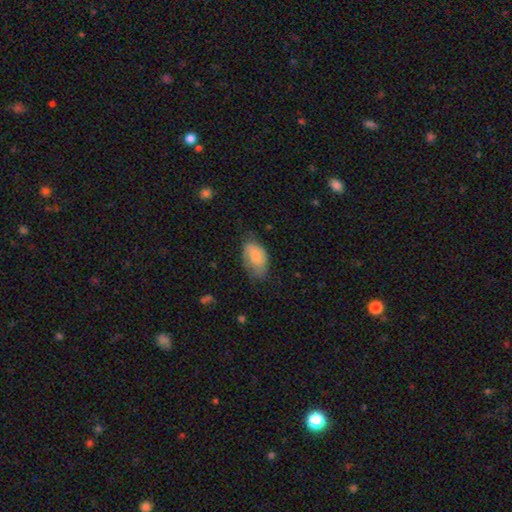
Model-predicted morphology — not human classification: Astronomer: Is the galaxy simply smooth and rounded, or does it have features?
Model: smooth — 72%.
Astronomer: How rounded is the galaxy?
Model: in between — 91%.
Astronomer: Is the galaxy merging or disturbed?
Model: none — 49% (runner-up: minor disturbance, 35%).